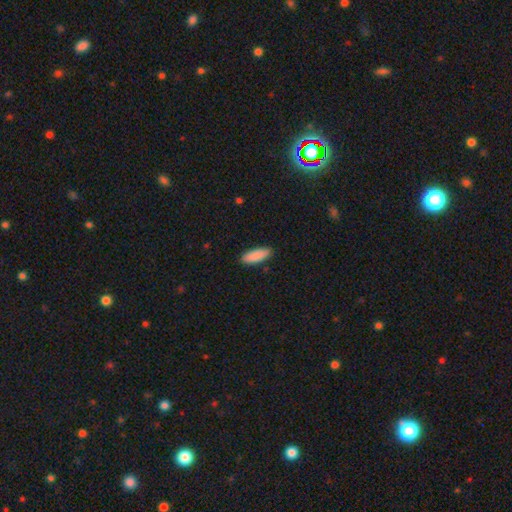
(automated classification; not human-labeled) smooth-or-featured: smooth: 90% | star or artifact: 6% | featured or disk: 4%
  how-rounded: in between: 63% | cigar-shaped: 35% | round: 2%
  merging: none: 88% | minor disturbance: 9% | major disturbance: 2% | merger: 1%